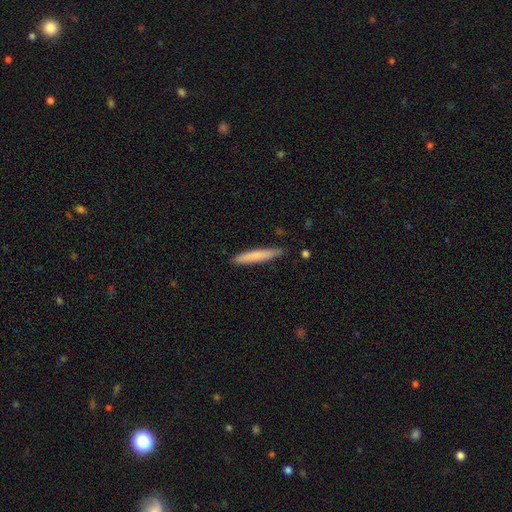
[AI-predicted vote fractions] smooth-or-featured: smooth: 75% | featured or disk: 19% | star or artifact: 6%
  how-rounded: cigar-shaped: 94% | in between: 5% | round: 1%
  merging: none: 87% | minor disturbance: 10% | major disturbance: 2% | merger: 1%